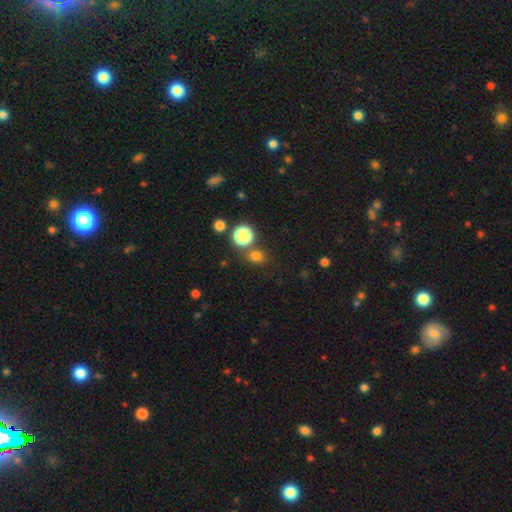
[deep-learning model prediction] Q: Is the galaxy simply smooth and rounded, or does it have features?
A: smooth — 74%.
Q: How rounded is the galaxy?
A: round — 77%.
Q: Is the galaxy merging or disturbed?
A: none — 76%.